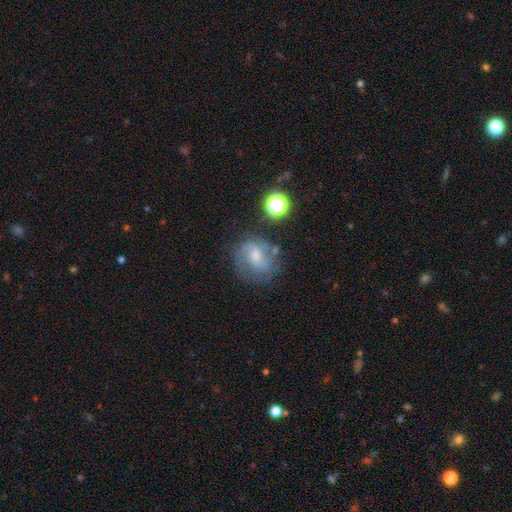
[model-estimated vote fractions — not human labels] Smooth or featured? featured or disk (63%)
Edge-on disk? no (98%)
Bar? no (45%, tied with weak)
Spiral arms? yes (86%)
Spiral winding? medium (48%)
Spiral arm count? 2 (61%)
Bulge size? moderate (44%)
Merging? none (57%)